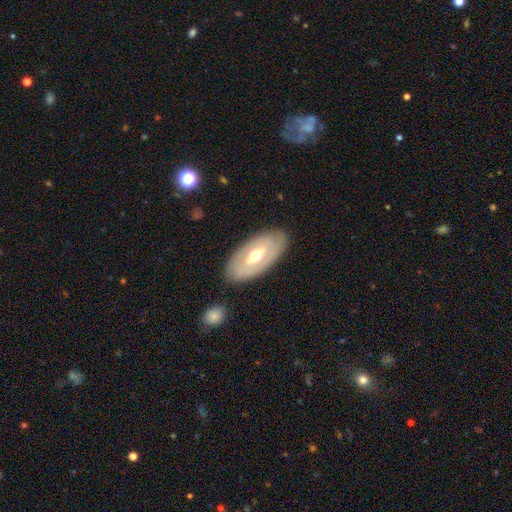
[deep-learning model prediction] This is possibly a featured or disk galaxy (60%). It is clearly not viewed edge-on (86%). Bar: possibly no (50%). Spiral arm pattern: likely no (74%). Central bulge: likely moderate (74%). Merging: clearly none (84%).